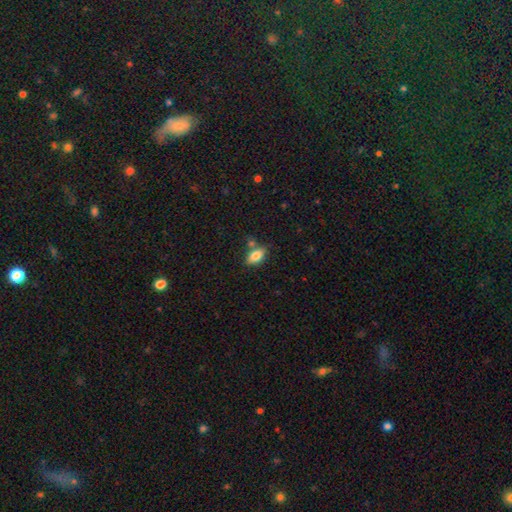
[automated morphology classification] A smooth galaxy with no disk features (78%) that is in between round and cigar-shaped (87%). Merging: none (66%).